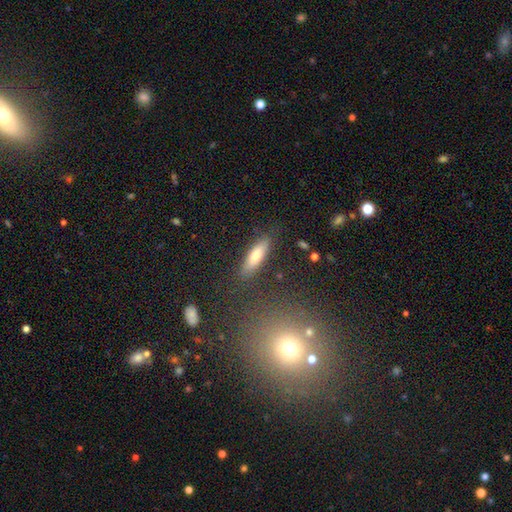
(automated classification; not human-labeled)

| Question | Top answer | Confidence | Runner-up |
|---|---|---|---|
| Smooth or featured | smooth | 74% | featured or disk (20%) |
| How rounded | cigar-shaped | 60% | in between (38%) |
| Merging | none | 84% | minor disturbance (11%) |